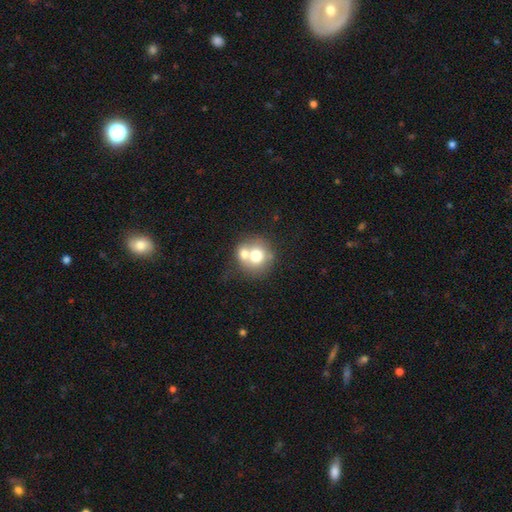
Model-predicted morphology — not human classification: type=smooth (67%); roundness=round (83%); merging=merger (53%).